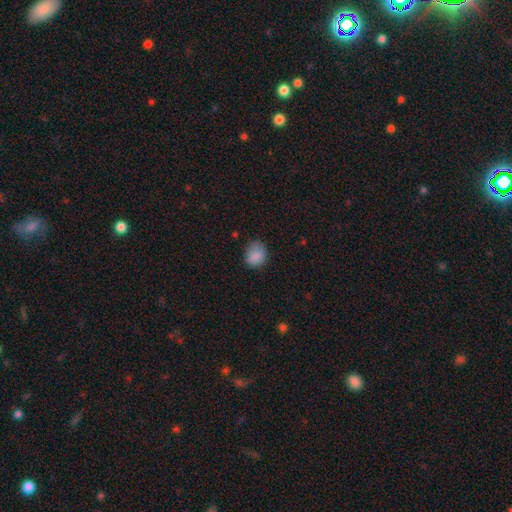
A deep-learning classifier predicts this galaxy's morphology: This is clearly a smooth galaxy (86%). How rounded: possibly round (57%). Merging: likely none (70%).